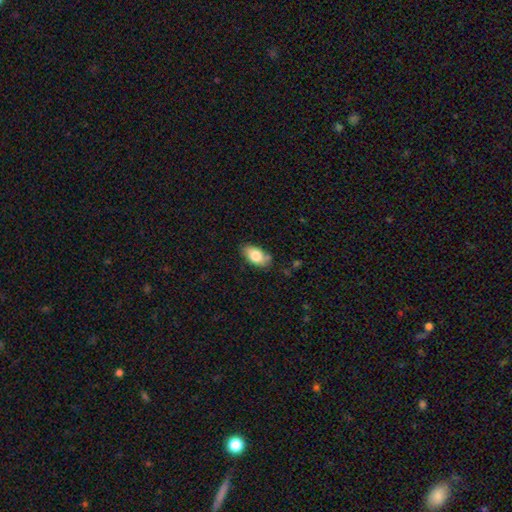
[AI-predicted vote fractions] smooth 80%, featured or disk 13%, star or artifact 7%. Down the decision tree: how rounded — in between (92%); merging — none (75%).